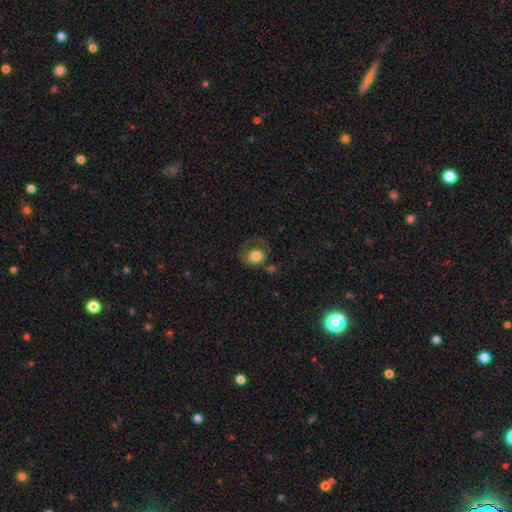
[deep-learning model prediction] This appears to be a smooth galaxy with no disk features (70%) that is round (68%). Merging: none (40%).